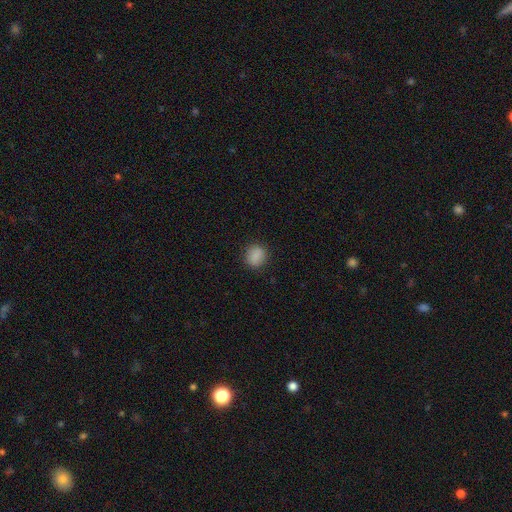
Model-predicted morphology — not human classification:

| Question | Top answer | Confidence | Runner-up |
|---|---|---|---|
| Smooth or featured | smooth | 87% | star or artifact (9%) |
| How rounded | round | 78% | in between (21%) |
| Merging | none | 89% | minor disturbance (8%) |